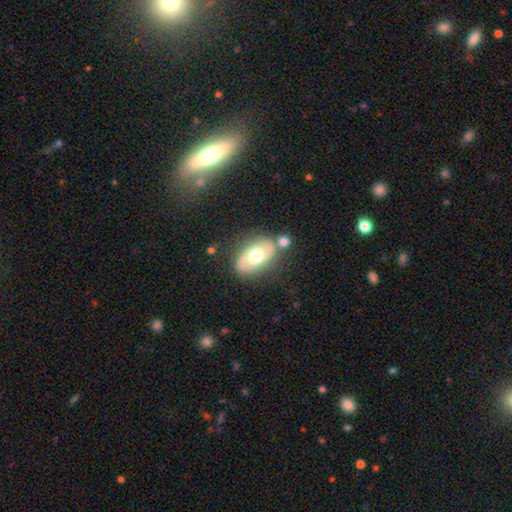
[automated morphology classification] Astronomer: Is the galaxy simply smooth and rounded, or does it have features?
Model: featured or disk — 62%.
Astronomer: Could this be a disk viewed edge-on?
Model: no — 93%.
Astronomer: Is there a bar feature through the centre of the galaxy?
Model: no — 51% (runner-up: weak, 36%).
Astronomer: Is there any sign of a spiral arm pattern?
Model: yes — 75%.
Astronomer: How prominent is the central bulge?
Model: moderate — 69%.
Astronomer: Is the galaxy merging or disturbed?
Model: none — 65%.